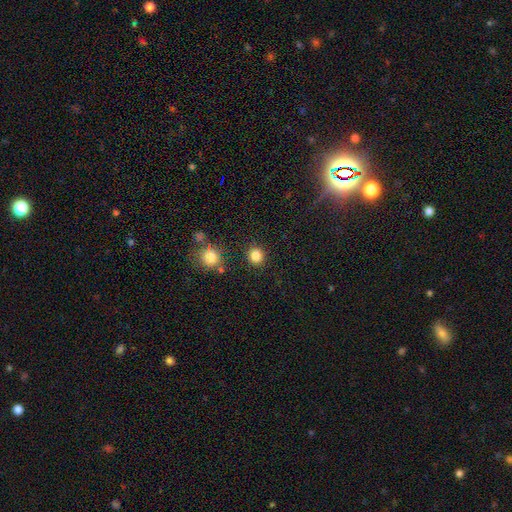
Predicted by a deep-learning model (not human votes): Smooth or featured? Predicted: smooth (p=0.84). How rounded? Predicted: round (p=0.89). Merging? Predicted: none (p=0.88).